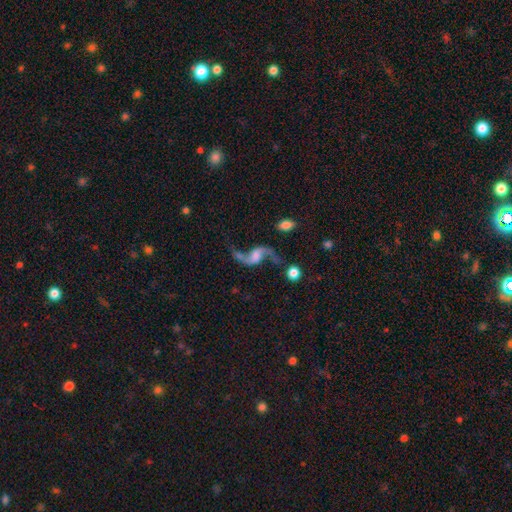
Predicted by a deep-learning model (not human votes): The model was most divided on "bar": no: 48%, weak: 39%, strong: 14%. Remaining: edge-on disk — no (96%); spiral arms — yes (96%); spiral arm count — 2 (94%); spiral winding — loose (92%); smooth or featured — featured or disk (87%); merging — none (63%); bulge size — none (36%).